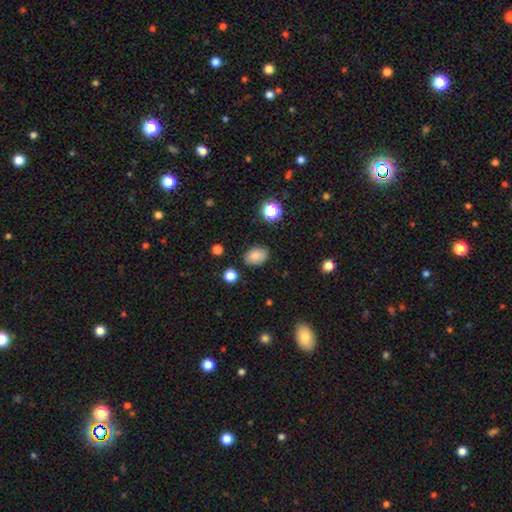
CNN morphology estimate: Smooth or featured?
  - smooth: 83% *
  - star or artifact: 11%
  - featured or disk: 6%
How rounded?
  - in between: 74% *
  - round: 24%
  - cigar-shaped: 1%
Merging?
  - none: 84% *
  - minor disturbance: 11%
  - major disturbance: 3%
  - merger: 2%